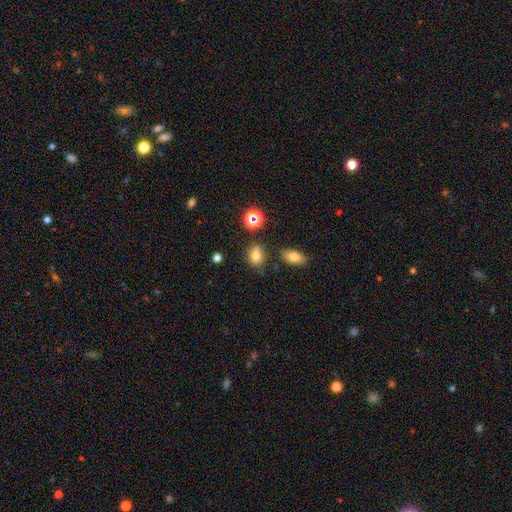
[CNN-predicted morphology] Smooth or featured? smooth (74%)
How rounded? in between (57%)
Merging? none (72%)